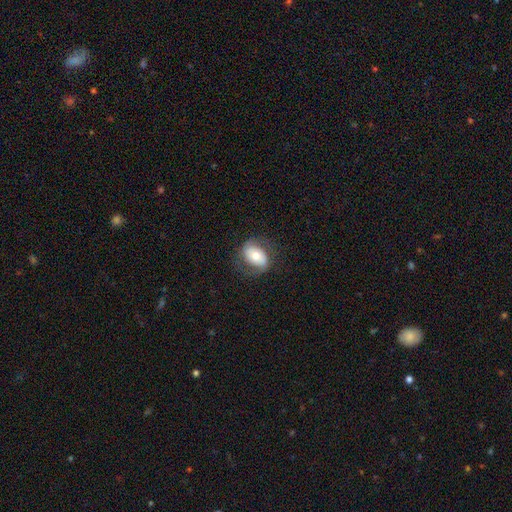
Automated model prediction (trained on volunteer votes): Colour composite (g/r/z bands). It shows a smooth galaxy with no disk features (49%). Merging: none (70%).